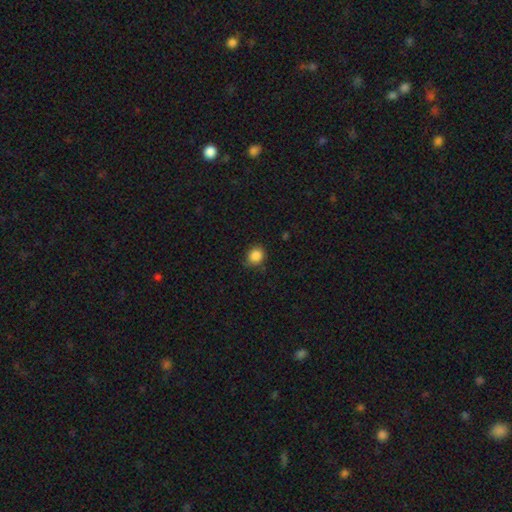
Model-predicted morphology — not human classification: smooth_or_featured: smooth (p=0.86) [alt: star or artifact p=0.10]
how_rounded: round (p=0.79) [alt: in between p=0.20]
merging: none (p=0.79) [alt: minor disturbance p=0.16]